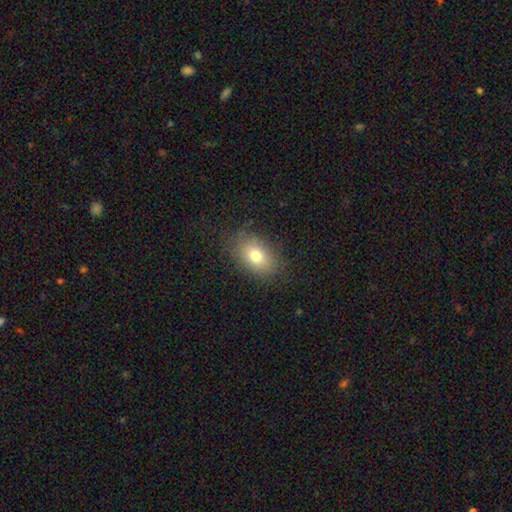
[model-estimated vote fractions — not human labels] Smooth or featured?
  - smooth: 77% *
  - featured or disk: 12%
  - star or artifact: 11%
How rounded?
  - in between: 79% *
  - round: 19%
  - cigar-shaped: 1%
Merging?
  - none: 82% *
  - minor disturbance: 12%
  - major disturbance: 5%
  - merger: 1%